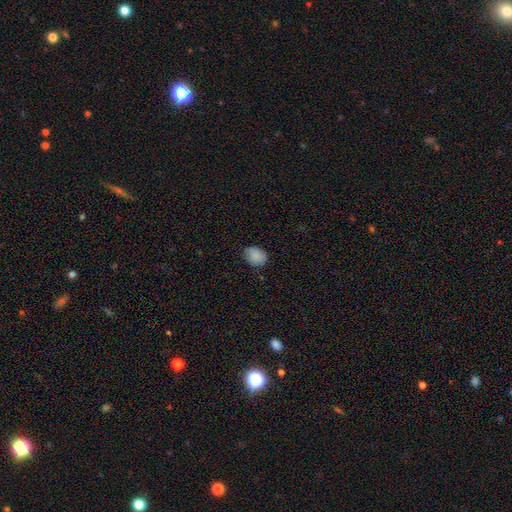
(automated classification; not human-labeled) A smooth galaxy with no disk features (87%) that is in between round and cigar-shaped (54%). Merging: none (73%).